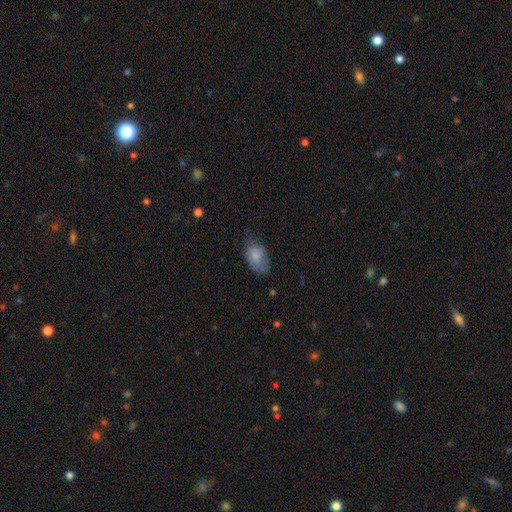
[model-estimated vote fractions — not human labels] A smooth galaxy with no disk features (80%) that is in between round and cigar-shaped (90%).

Vote fractions:
- Smooth or featured? smooth: 80% / featured or disk: 12% / star or artifact: 8%
- How rounded? in between: 90% / round: 9% / cigar-shaped: 1%
- Merging? none: 52% / minor disturbance: 33% / major disturbance: 13% / merger: 2%